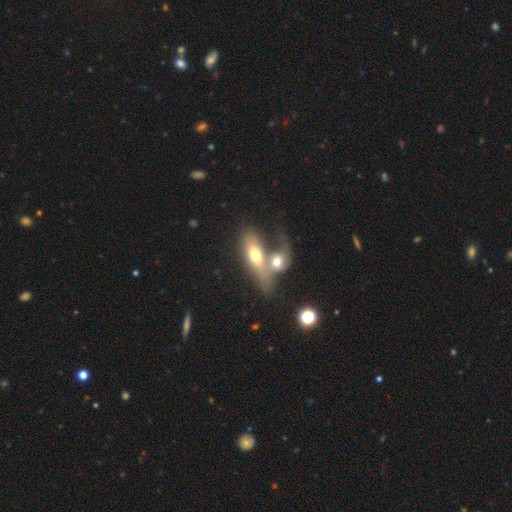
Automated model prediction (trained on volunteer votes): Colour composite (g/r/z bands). It shows a smooth galaxy with no disk features (55%) that is in between round and cigar-shaped (73%). Merging: merger (76%).